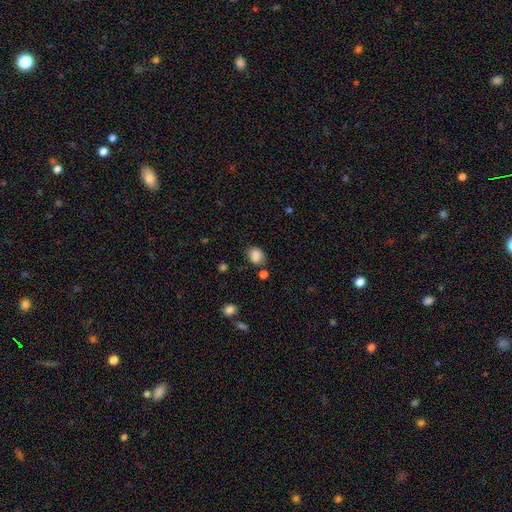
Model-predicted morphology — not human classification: This is clearly a smooth galaxy (85%). How rounded: possibly round (51%). Merging: likely none (70%).